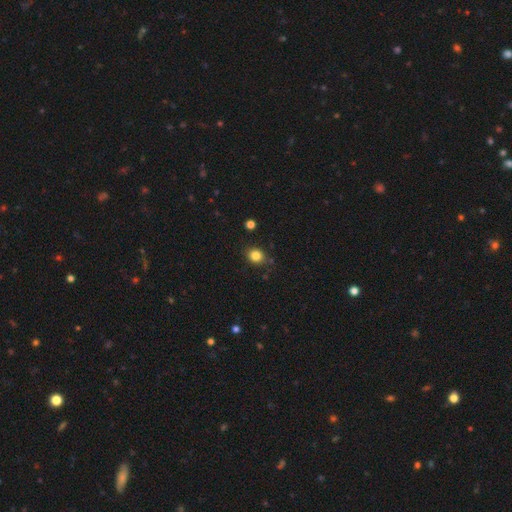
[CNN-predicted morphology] type=smooth (83%); roundness=round (72%); merging=none (84%).